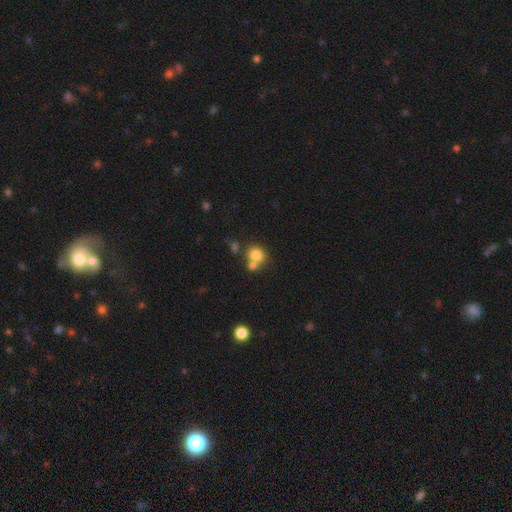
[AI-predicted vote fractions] Smooth or featured?
  - smooth: 78% *
  - star or artifact: 11%
  - featured or disk: 10%
How rounded?
  - round: 71% *
  - in between: 28%
  - cigar-shaped: 1%
Merging?
  - none: 47% *
  - merger: 40%
  - minor disturbance: 9%
  - major disturbance: 4%